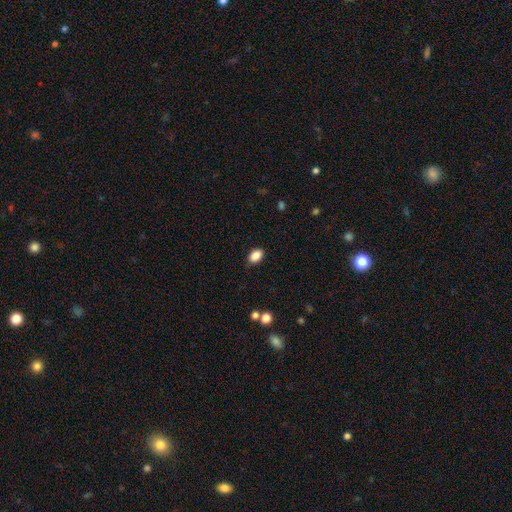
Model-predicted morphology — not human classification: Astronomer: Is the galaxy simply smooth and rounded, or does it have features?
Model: smooth — 88%.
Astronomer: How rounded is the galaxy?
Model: in between — 88%.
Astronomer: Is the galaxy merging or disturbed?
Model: none — 86%.